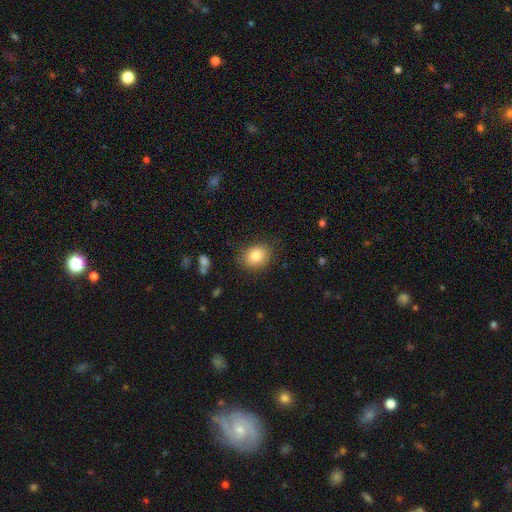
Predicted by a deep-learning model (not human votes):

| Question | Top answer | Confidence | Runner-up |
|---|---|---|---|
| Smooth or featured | smooth | 84% | star or artifact (9%) |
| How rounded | in between | 52% | round (47%) |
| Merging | none | 84% | minor disturbance (12%) |